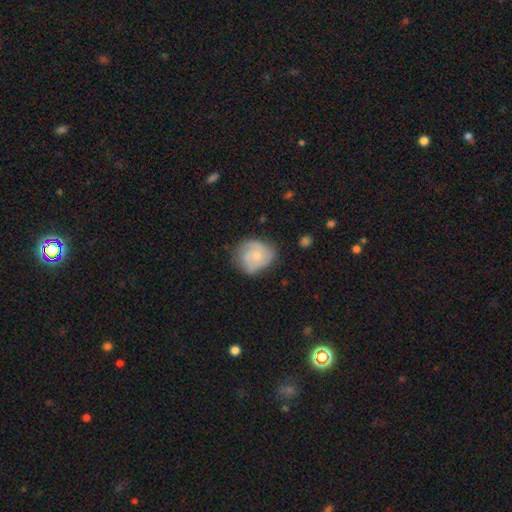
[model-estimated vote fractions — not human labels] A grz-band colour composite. It shows a featured or disk galaxy (58%) with no bar (78%), spiral arms (86%) and a small central bulge (52%). Merging: none (66%).